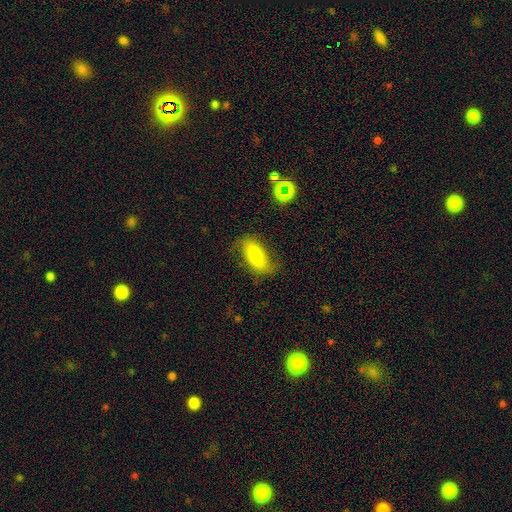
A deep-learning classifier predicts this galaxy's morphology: smooth-or-featured: smooth: 60% | featured or disk: 31% | star or artifact: 9%
  how-rounded: in between: 87% | cigar-shaped: 9% | round: 4%
  merging: none: 68% | minor disturbance: 22% | major disturbance: 9% | merger: 2%